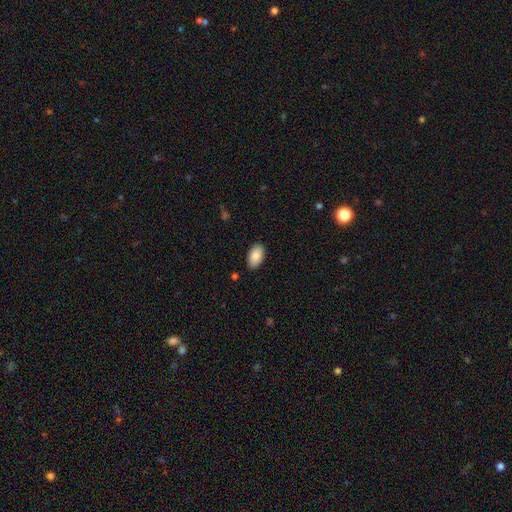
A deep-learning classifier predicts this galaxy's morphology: smooth_or_featured: smooth (p=0.87) [alt: star or artifact p=0.06]
how_rounded: in between (p=0.95) [alt: round p=0.03]
merging: none (p=0.88) [alt: minor disturbance p=0.09]